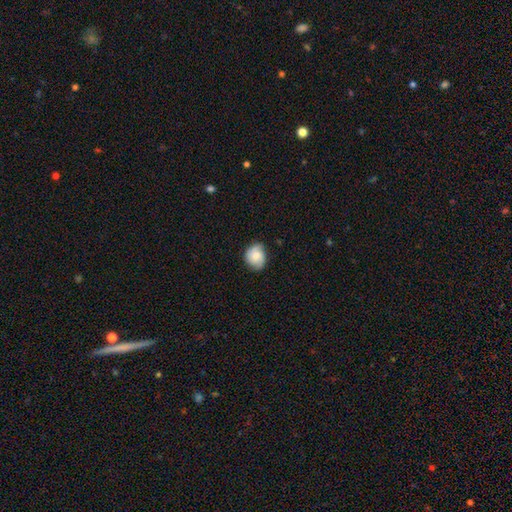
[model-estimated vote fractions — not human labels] Smooth or featured? smooth (57%)
How rounded? round (65%)
Merging? none (71%)